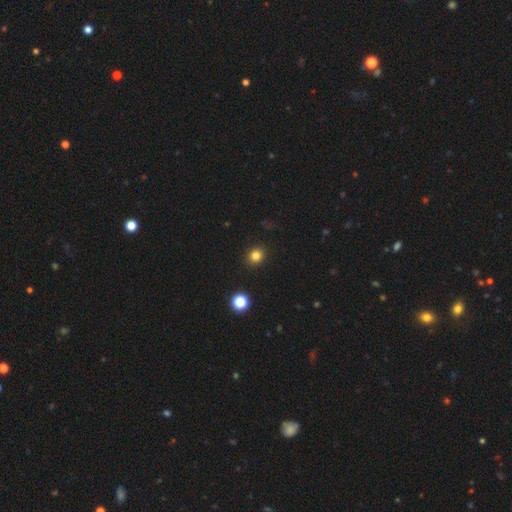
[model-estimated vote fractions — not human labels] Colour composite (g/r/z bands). It shows a smooth galaxy with no disk features (82%) that is round (81%). Merging: none (92%).